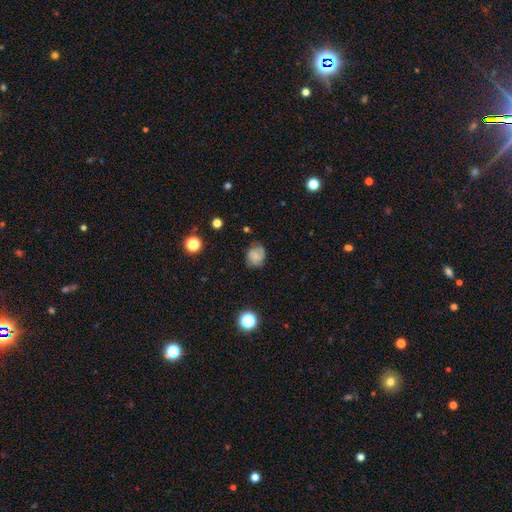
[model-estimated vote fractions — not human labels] smooth_or_featured: smooth (p=0.59) [alt: featured or disk p=0.28]
how_rounded: round (p=0.67) [alt: in between p=0.32]
merging: none (p=0.64) [alt: minor disturbance p=0.25]